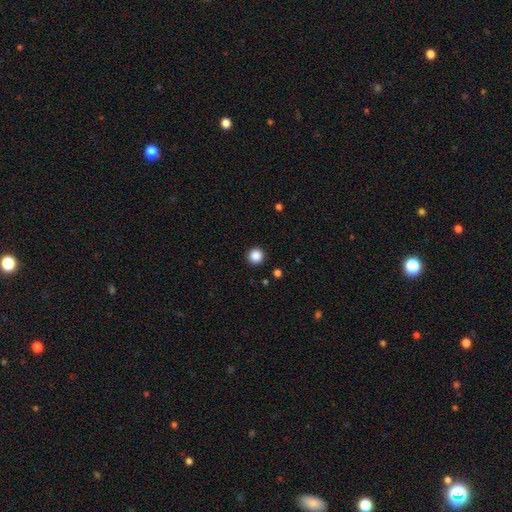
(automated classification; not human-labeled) smooth 87%, star or artifact 11%, featured or disk 3%. Down the decision tree: how rounded — round (96%); merging — none (92%).